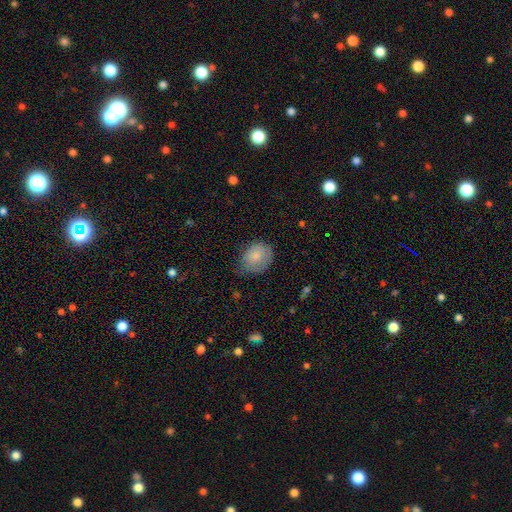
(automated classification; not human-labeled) A smooth galaxy with no disk features (79%) that is round (50%).

Vote fractions:
- Smooth or featured? smooth: 79% / featured or disk: 14% / star or artifact: 7%
- How rounded? round: 50% / in between: 49% / cigar-shaped: 1%
- Merging? none: 55% / minor disturbance: 35% / major disturbance: 9% / merger: 1%